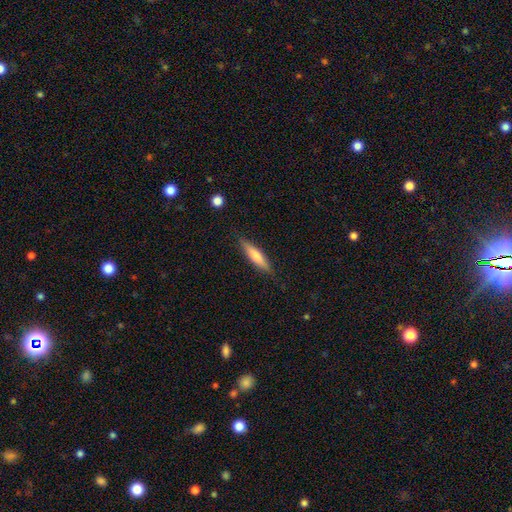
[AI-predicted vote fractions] Smooth or featured? smooth (62%)
How rounded? cigar-shaped (82%)
Merging? none (86%)